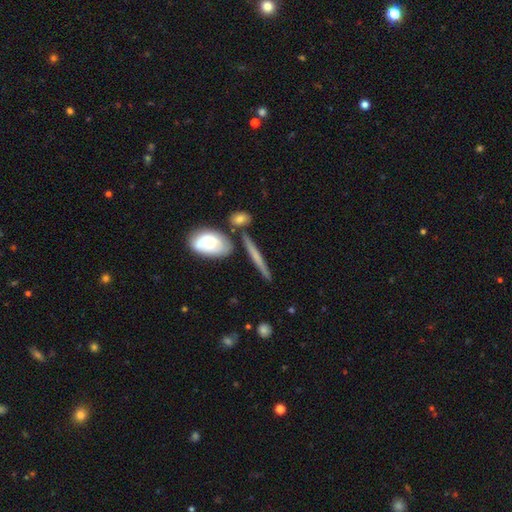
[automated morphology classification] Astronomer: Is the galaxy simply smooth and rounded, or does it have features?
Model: featured or disk — 52% (runner-up: smooth, 40%).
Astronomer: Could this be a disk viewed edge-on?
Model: yes — 90%.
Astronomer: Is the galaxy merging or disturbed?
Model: none — 74%.